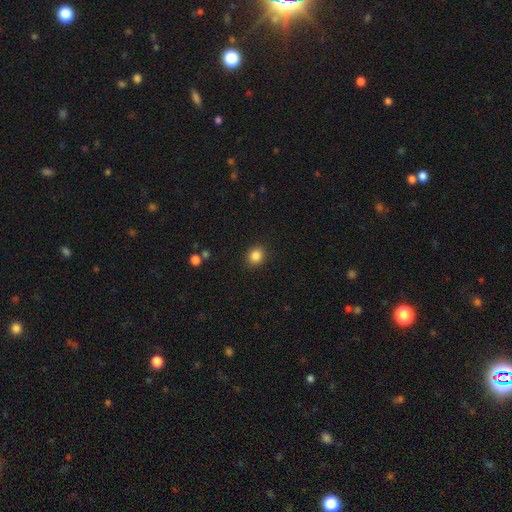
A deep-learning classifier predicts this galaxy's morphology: smooth_or_featured: smooth (p=0.85) [alt: star or artifact p=0.10]
how_rounded: round (p=0.78) [alt: in between p=0.21]
merging: none (p=0.90) [alt: minor disturbance p=0.07]